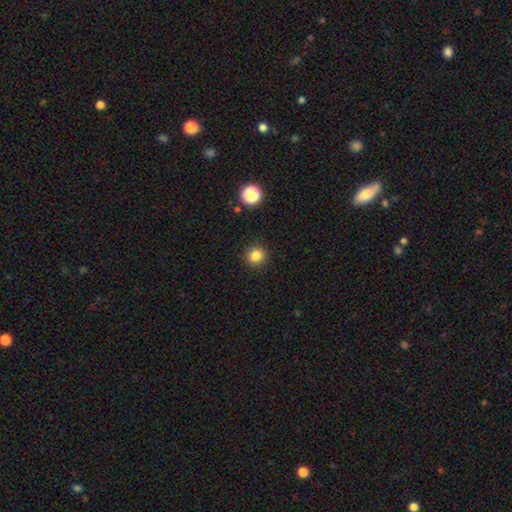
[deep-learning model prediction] Smooth or featured? Predicted: smooth (p=0.83). How rounded? Predicted: round (p=0.91). Merging? Predicted: none (p=0.91).